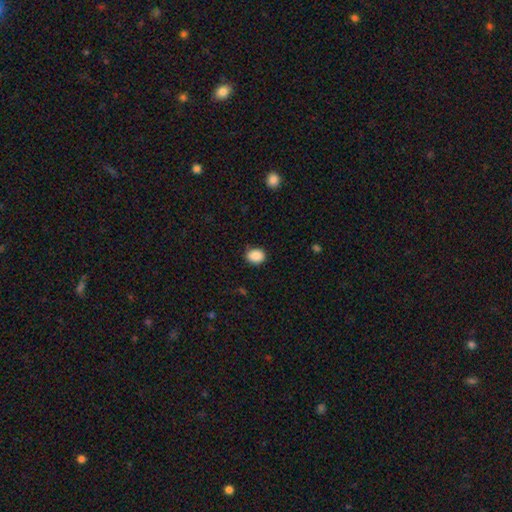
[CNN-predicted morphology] smooth 88%, star or artifact 8%, featured or disk 3%. Down the decision tree: how rounded — round (50%); merging — none (85%).